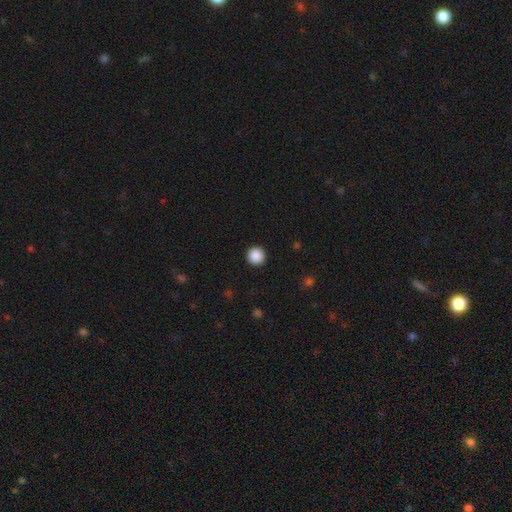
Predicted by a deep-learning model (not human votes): Q: Smooth or featured?
A: smooth (88%); runner-up: star or artifact (9%)
Q: How rounded?
A: round (96%); runner-up: in between (3%)
Q: Merging?
A: none (93%); runner-up: minor disturbance (4%)